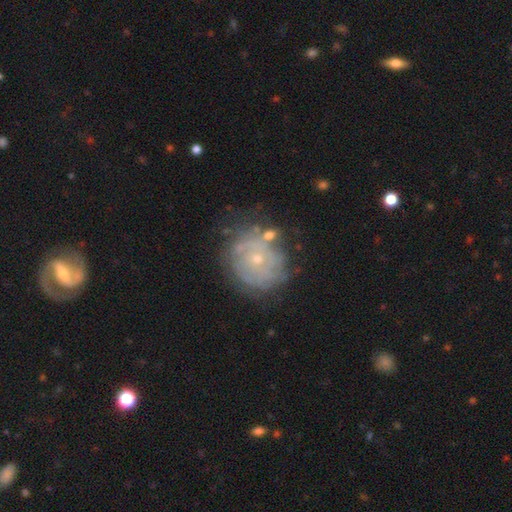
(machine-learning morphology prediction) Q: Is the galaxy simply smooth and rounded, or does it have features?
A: featured or disk — 64%.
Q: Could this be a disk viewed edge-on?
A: no — 97%.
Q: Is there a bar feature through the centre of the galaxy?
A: no — 80%.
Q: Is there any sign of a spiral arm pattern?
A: yes — 80%.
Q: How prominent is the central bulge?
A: small — 74%.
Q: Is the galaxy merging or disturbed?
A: none — 72%.